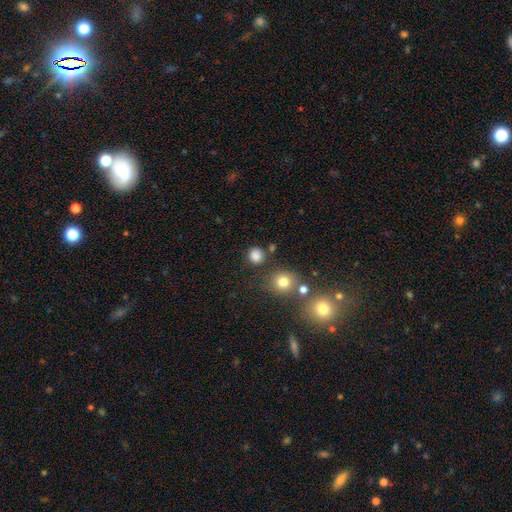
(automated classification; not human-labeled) Morphology: type=smooth (82%); roundness=round (89%); merging=none (81%).